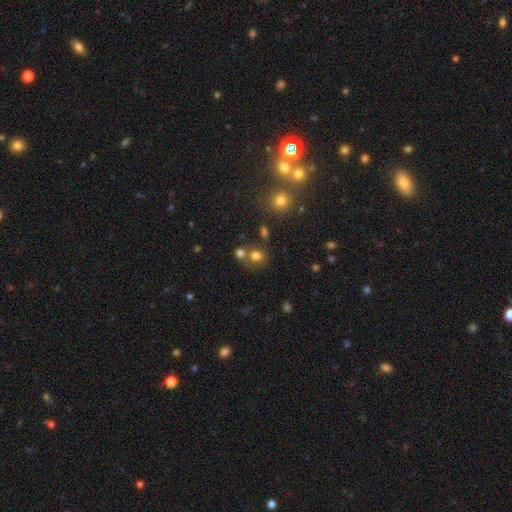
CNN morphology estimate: Overall: smooth (75%). How rounded: round (78%). Merging: none (56%; merger 28%).